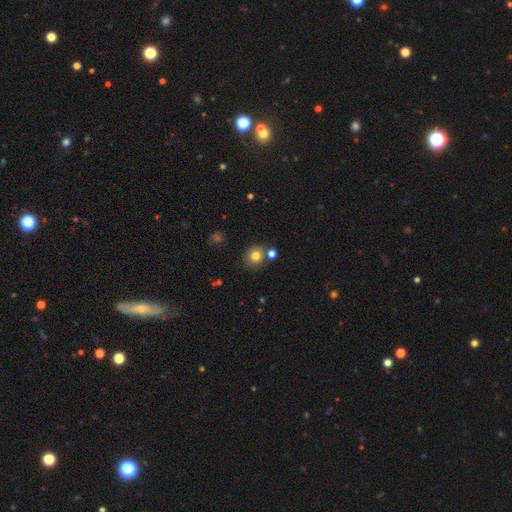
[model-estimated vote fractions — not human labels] smooth 79%, star or artifact 12%, featured or disk 9%. Down the decision tree: how rounded — round (83%); merging — none (73%).